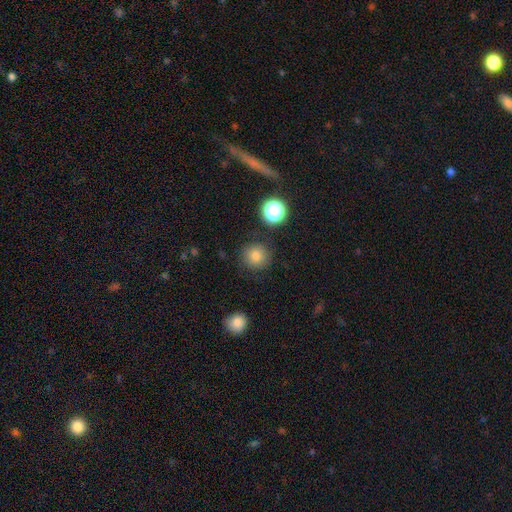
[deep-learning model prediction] This appears to be a smooth galaxy with no disk features (80%) that is round (94%). Merging: none (87%).